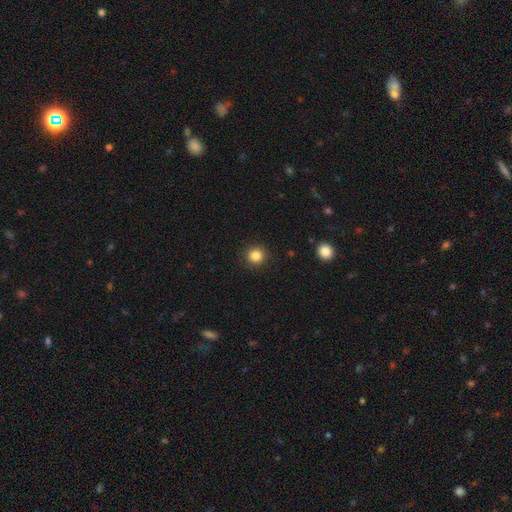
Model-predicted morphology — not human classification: The model was most divided on "smooth or featured": smooth: 85%, star or artifact: 11%, featured or disk: 4%. More confident: how rounded — round (93%); merging — none (91%).